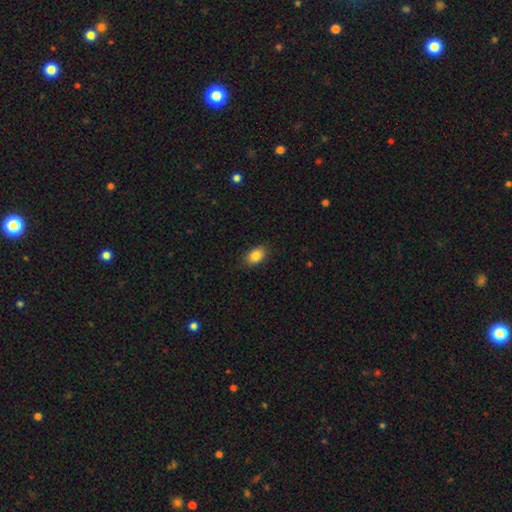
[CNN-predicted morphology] A smooth galaxy with no disk features (85%) that is in between round and cigar-shaped (84%).

Vote fractions:
- Smooth or featured? smooth: 85% / star or artifact: 8% / featured or disk: 6%
- How rounded? in between: 84% / round: 14% / cigar-shaped: 1%
- Merging? none: 87% / minor disturbance: 10% / major disturbance: 2% / merger: 1%